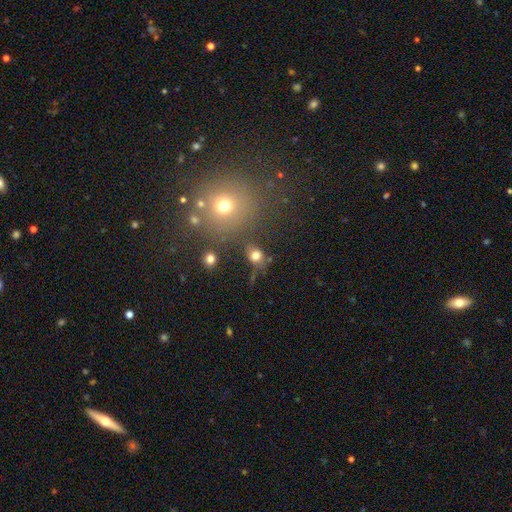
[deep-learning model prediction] Smooth or featured: smooth — 75% (star or artifact — 16%)
How rounded: round — 66% (in between — 32%)
Merging: none — 62% (minor disturbance — 17%)